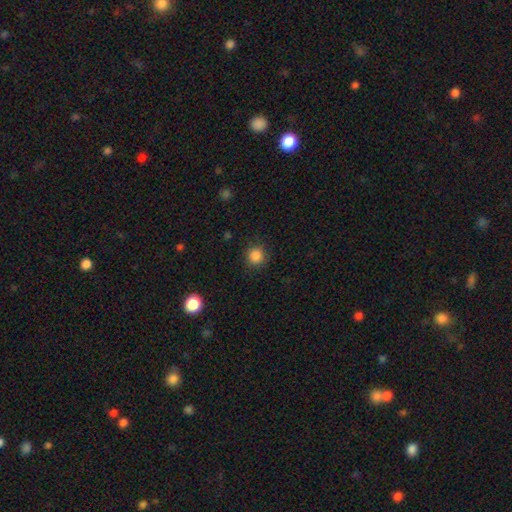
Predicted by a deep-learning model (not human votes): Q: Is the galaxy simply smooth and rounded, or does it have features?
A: smooth — 85%.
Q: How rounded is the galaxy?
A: round — 94%.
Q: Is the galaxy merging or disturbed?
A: none — 89%.